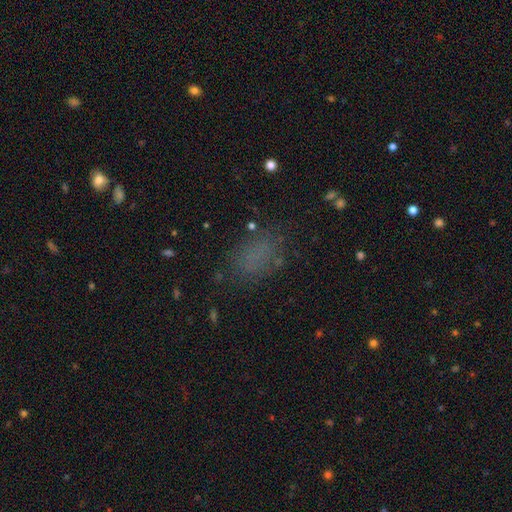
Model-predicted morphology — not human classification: Smooth or featured? Predicted: smooth (p=0.70). How rounded? Predicted: in between (p=0.84). Merging? Predicted: none (p=0.73).